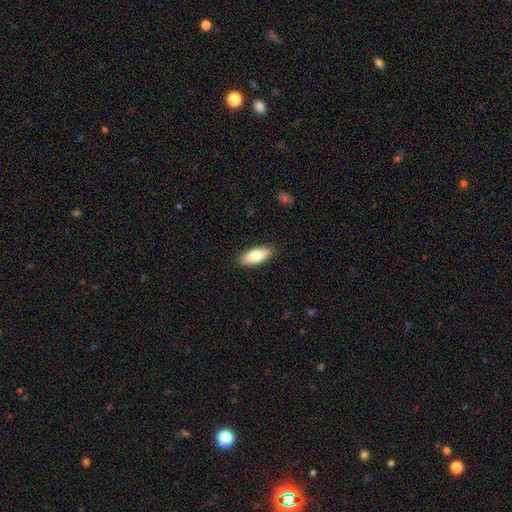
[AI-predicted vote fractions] Smooth or featured? Predicted: smooth (p=0.78). How rounded? Predicted: in between (p=0.78). Merging? Predicted: none (p=0.89).